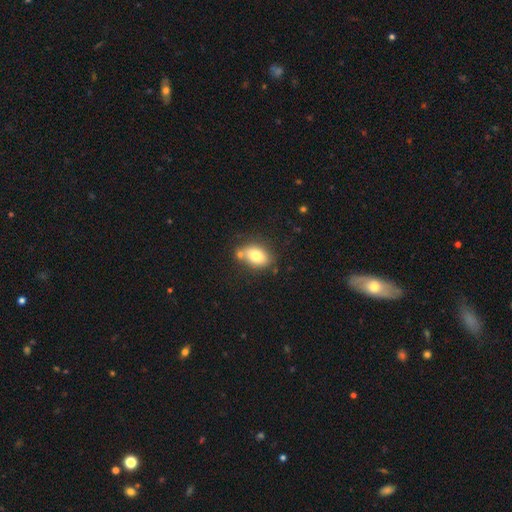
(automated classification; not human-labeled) This is likely a smooth galaxy (77%). How rounded: clearly in between (81%). Merging: likely none (66%).